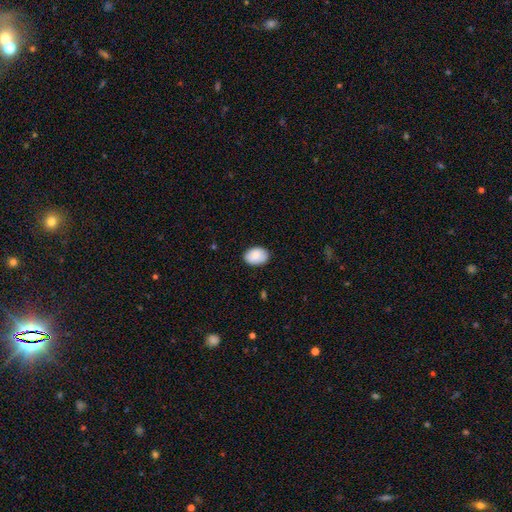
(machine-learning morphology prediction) smooth-or-featured: smooth: 87% | star or artifact: 7% | featured or disk: 6%
  how-rounded: in between: 78% | round: 21% | cigar-shaped: 1%
  merging: none: 85% | minor disturbance: 12% | major disturbance: 2% | merger: 1%